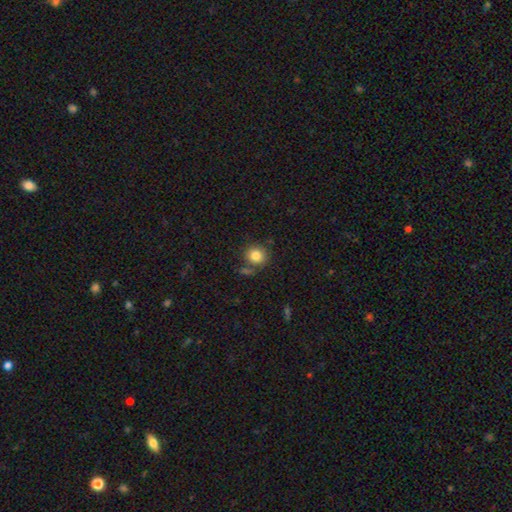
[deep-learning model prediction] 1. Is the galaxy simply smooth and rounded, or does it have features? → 83% smooth, 10% star or artifact, 7% featured or disk.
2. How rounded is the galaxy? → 85% round, 14% in between, 1% cigar-shaped.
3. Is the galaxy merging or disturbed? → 72% none, 12% minor disturbance, 12% merger, 4% major disturbance.